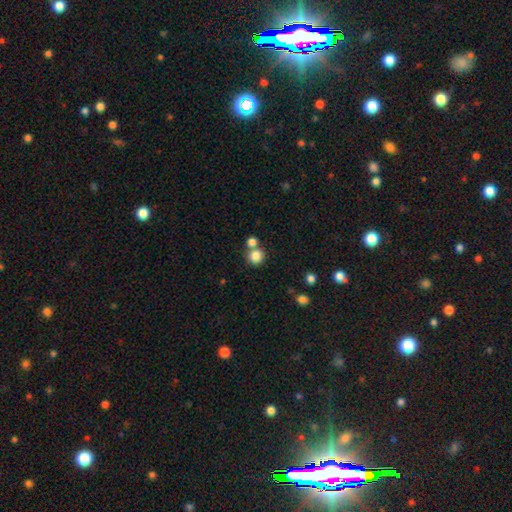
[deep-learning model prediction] Smooth or featured: smooth — 83% (star or artifact — 11%)
How rounded: round — 88% (in between — 11%)
Merging: none — 60% (merger — 27%)